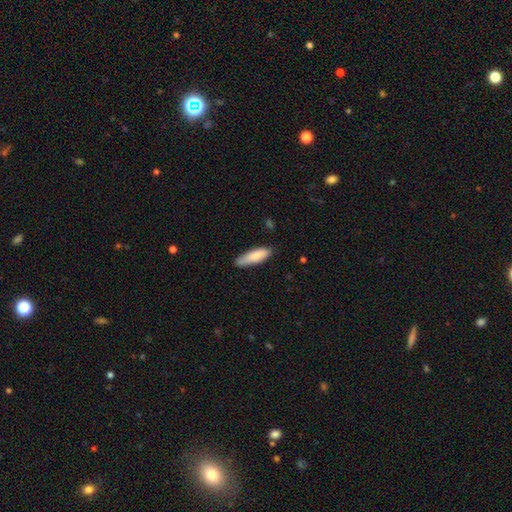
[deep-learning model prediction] This appears to be a smooth galaxy with no disk features (84%) that is cigar-shaped (53%). Merging: none (78%).